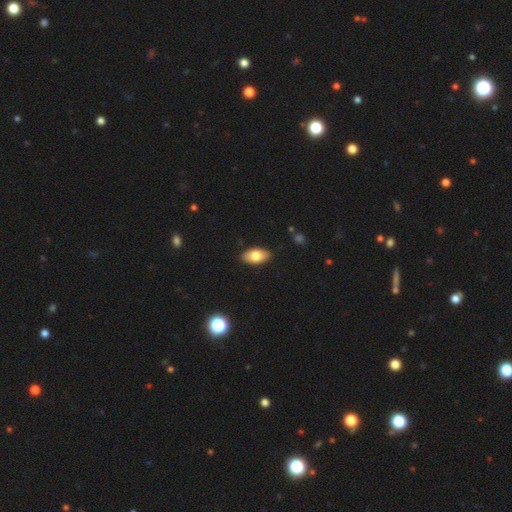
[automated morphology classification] Smooth or featured: smooth — 77% (featured or disk — 16%)
How rounded: in between — 93% (round — 3%)
Merging: none — 89% (minor disturbance — 8%)